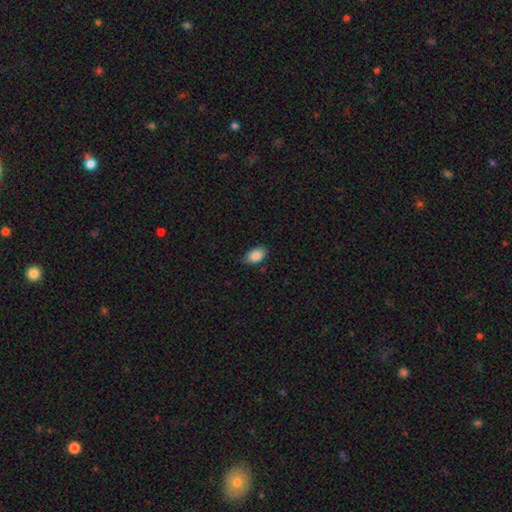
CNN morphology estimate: Overall: smooth (87%). How rounded: in between (92%). Merging: none (80%).